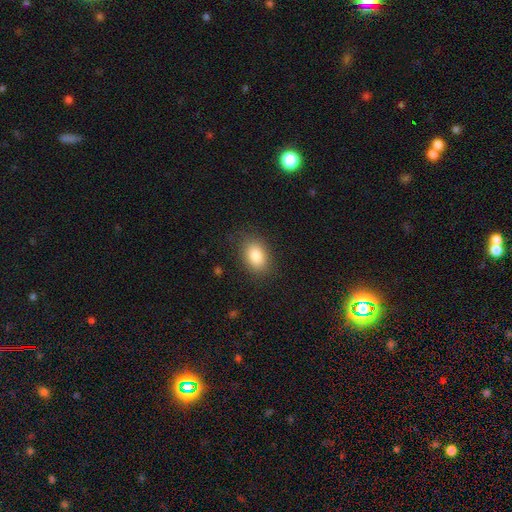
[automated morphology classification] Smooth or featured?
  - smooth: 86% *
  - star or artifact: 8%
  - featured or disk: 6%
How rounded?
  - in between: 84% *
  - round: 15%
  - cigar-shaped: 1%
Merging?
  - none: 83% *
  - minor disturbance: 12%
  - major disturbance: 4%
  - merger: 1%